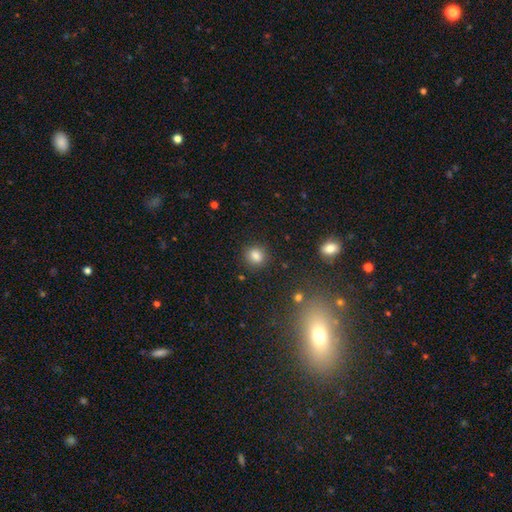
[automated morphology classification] This is clearly a smooth galaxy (83%). How rounded: clearly round (81%). Merging: clearly none (87%).